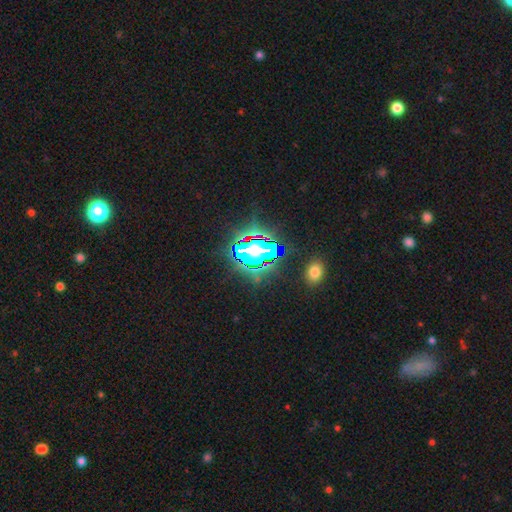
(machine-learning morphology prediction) Overall: star or artifact (75%).